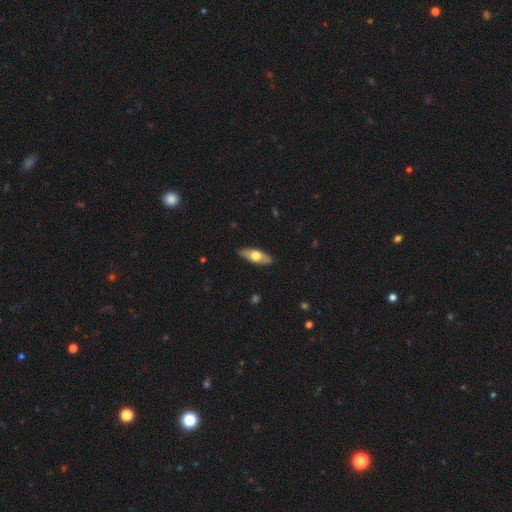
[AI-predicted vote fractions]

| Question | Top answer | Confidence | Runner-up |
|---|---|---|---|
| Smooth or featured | smooth | 55% | featured or disk (40%) |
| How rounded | in between | 65% | cigar-shaped (32%) |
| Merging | none | 87% | minor disturbance (10%) |